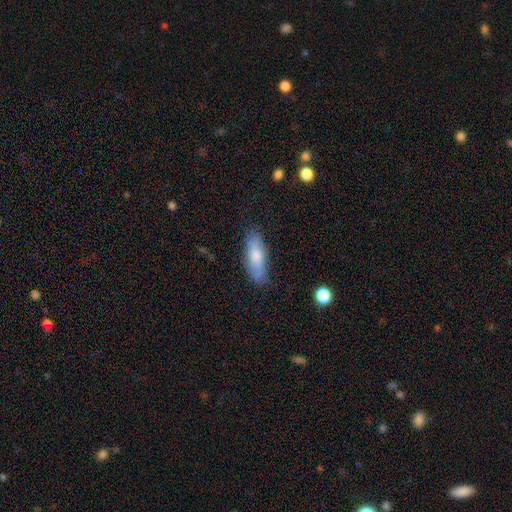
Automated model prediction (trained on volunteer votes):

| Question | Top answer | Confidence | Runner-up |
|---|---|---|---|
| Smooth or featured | smooth | 72% | featured or disk (21%) |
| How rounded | in between | 59% | cigar-shaped (39%) |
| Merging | none | 77% | minor disturbance (18%) |